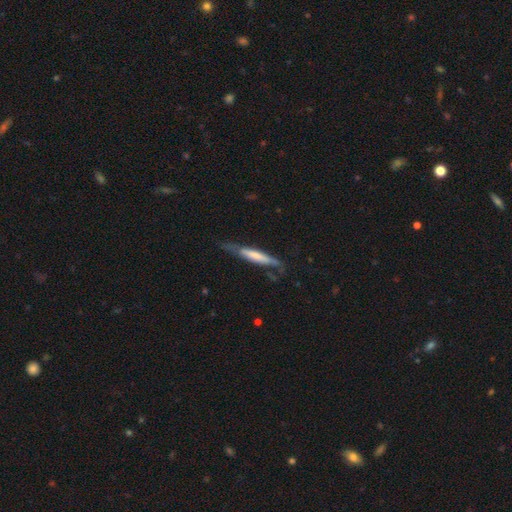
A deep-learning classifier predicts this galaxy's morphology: smooth_or_featured: featured or disk (p=0.48) [alt: smooth p=0.47]
merging: none (p=0.55) [alt: minor disturbance p=0.27]